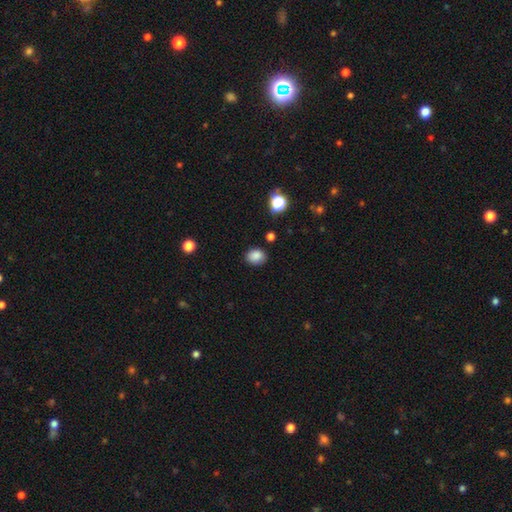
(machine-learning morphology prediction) This is clearly a smooth galaxy (86%). How rounded: possibly round (51%). Merging: clearly none (85%).